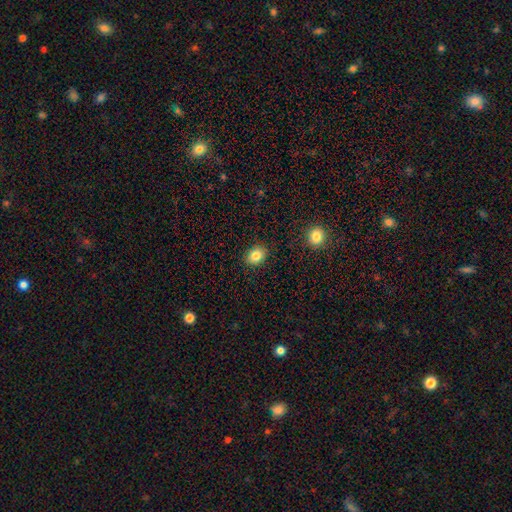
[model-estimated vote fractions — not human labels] The model was most divided on "how rounded": in between: 55%, round: 44%, cigar-shaped: 1%. More confident: merging — none (89%); smooth or featured — smooth (83%).